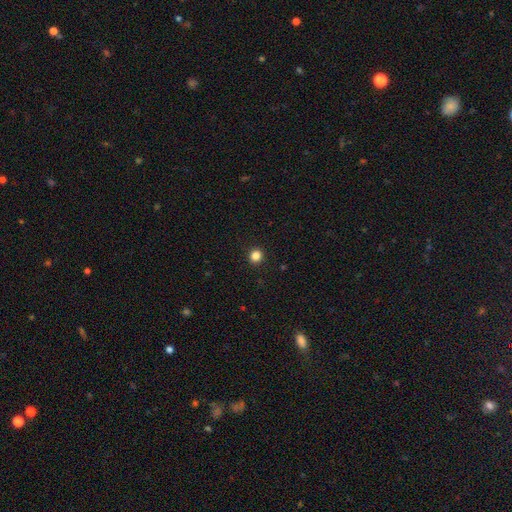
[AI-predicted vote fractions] The model was most divided on "smooth or featured": smooth: 85%, star or artifact: 12%, featured or disk: 3%. More confident: merging — none (93%); how rounded — round (90%).